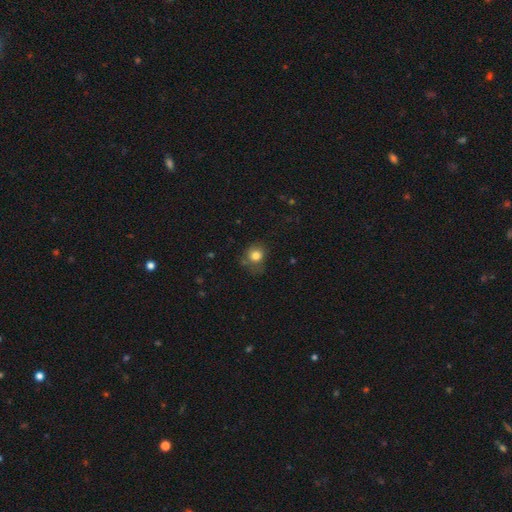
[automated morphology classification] Smooth or featured?
  - smooth: 79% *
  - star or artifact: 11%
  - featured or disk: 9%
How rounded?
  - round: 75% *
  - in between: 24%
  - cigar-shaped: 1%
Merging?
  - none: 59% *
  - minor disturbance: 27%
  - major disturbance: 12%
  - merger: 2%